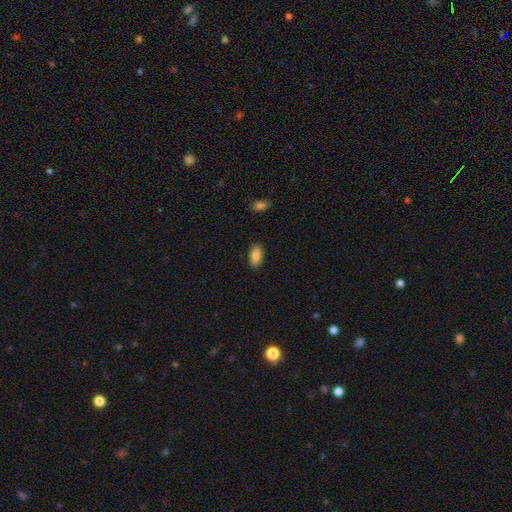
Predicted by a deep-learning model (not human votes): A smooth galaxy with no disk features (84%) that is in between round and cigar-shaped (92%). Merging: none (88%).